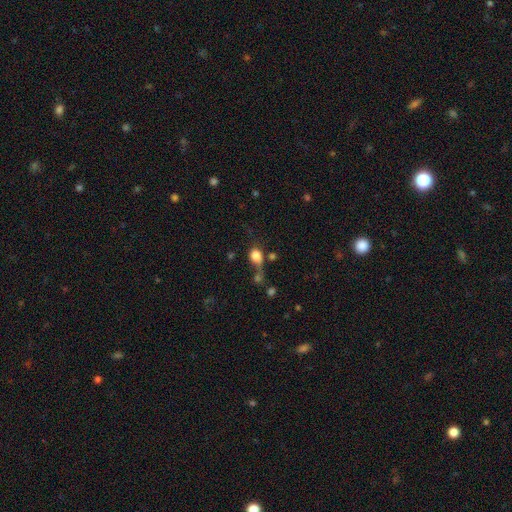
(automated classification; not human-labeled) The model was most divided on "merging": none: 36%, merger: 25%, major disturbance: 20%, minor disturbance: 19%. More confident: smooth or featured — smooth (78%); how rounded — round (61%).